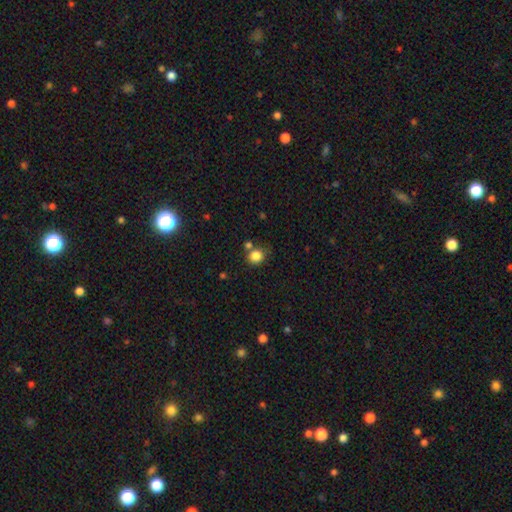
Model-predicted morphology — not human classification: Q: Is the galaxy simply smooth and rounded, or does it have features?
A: smooth — 84%.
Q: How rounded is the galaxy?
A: round — 81%.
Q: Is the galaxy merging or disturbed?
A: none — 68%.